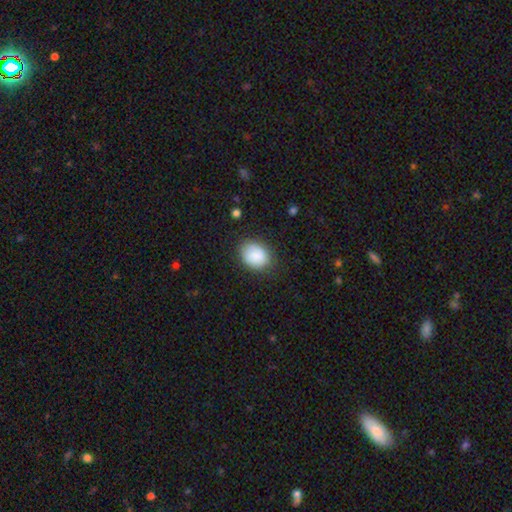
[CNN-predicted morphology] A smooth galaxy with no disk features (87%) that is in between round and cigar-shaped (55%).

Vote fractions:
- Smooth or featured? smooth: 87% / star or artifact: 7% / featured or disk: 6%
- How rounded? in between: 55% / round: 45% / cigar-shaped: 1%
- Merging? none: 81% / minor disturbance: 14% / major disturbance: 4% / merger: 1%